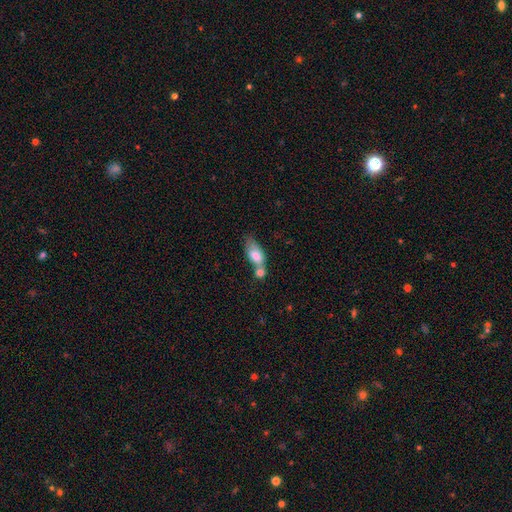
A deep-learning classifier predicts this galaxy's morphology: Smooth or featured: smooth — 74% (featured or disk — 19%)
How rounded: in between — 83% (cigar-shaped — 12%)
Merging: merger — 58% (none — 21%)